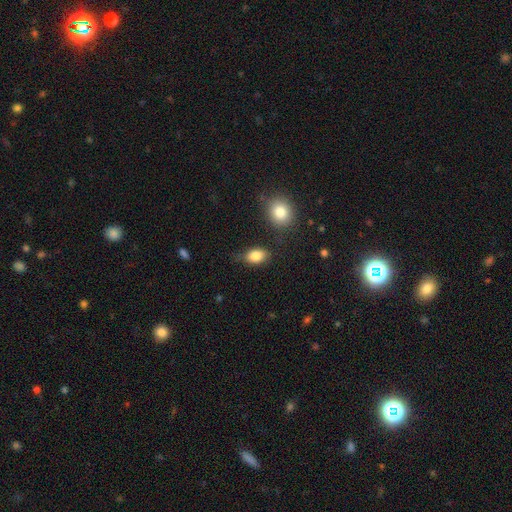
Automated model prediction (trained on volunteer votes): Q: Smooth or featured?
A: smooth (85%); runner-up: star or artifact (8%)
Q: How rounded?
A: in between (85%); runner-up: round (14%)
Q: Merging?
A: none (73%); runner-up: minor disturbance (19%)